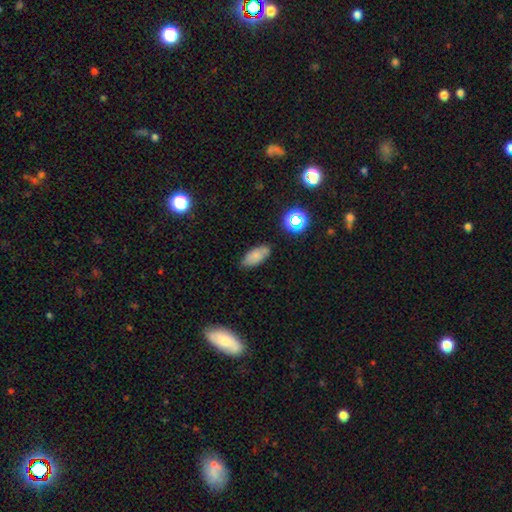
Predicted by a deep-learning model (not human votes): Smooth or featured: smooth — 75% (featured or disk — 14%)
How rounded: in between — 90% (cigar-shaped — 6%)
Merging: none — 77% (minor disturbance — 17%)